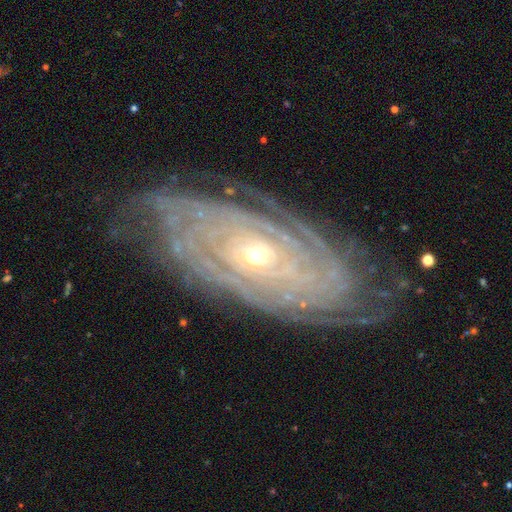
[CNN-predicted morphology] Smooth or featured? featured or disk (89%)
Edge-on disk? no (92%)
Bar? no (70%)
Spiral arms? yes (97%)
Spiral winding? tight (85%)
Spiral arm count? can't tell (35%)
Bulge size? small (61%)
Merging? none (77%)